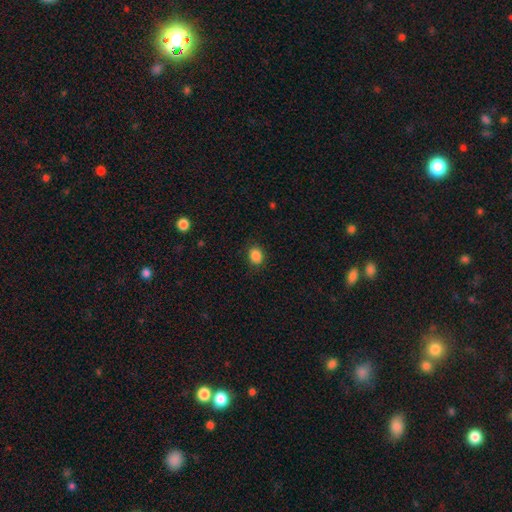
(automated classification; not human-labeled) Morphology: type=smooth (87%); roundness=round (51%); merging=none (86%).